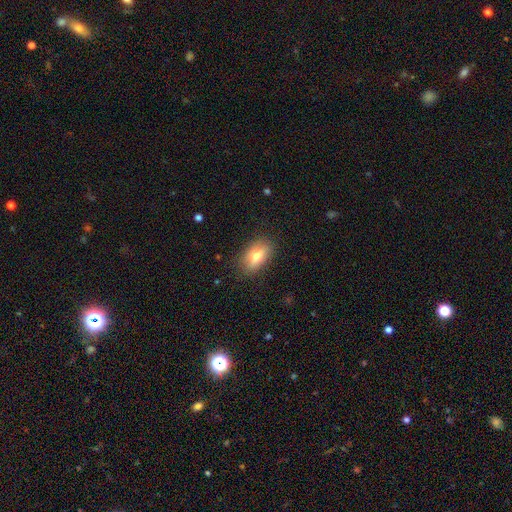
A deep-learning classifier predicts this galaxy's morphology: Overall: smooth (66%). How rounded: in between (83%). Merging: none (83%).